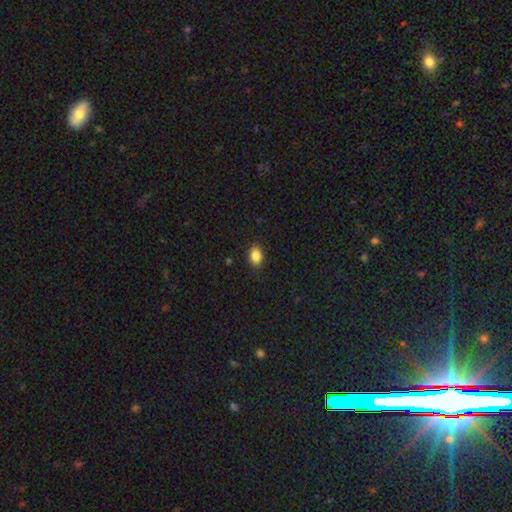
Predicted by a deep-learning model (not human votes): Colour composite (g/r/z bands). It shows a smooth galaxy with no disk features (87%) that is in between round and cigar-shaped (81%). Merging: none (88%).